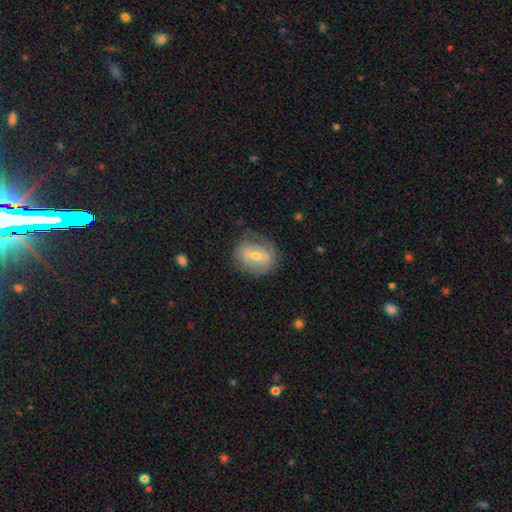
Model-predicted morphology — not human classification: Smooth or featured? Predicted: featured or disk (p=0.53). Edge-on disk? Predicted: no (p=0.92). Merging? Predicted: none (p=0.72).